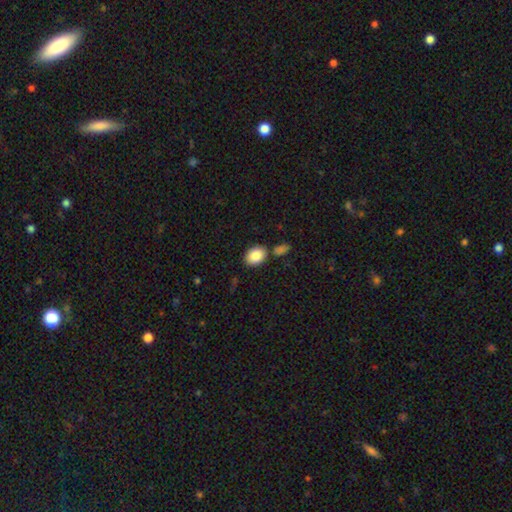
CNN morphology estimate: This appears to be a smooth galaxy with no disk features (87%) that is in between round and cigar-shaped (79%). Merging: none (75%).